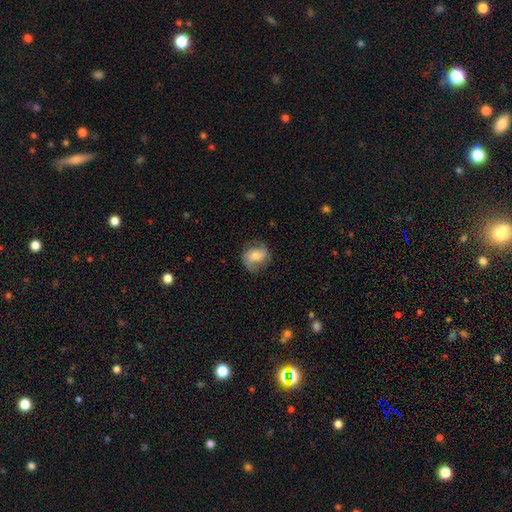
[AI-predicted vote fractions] This is possibly a featured or disk galaxy (46%, tied with smooth). Merging: likely none (73%).